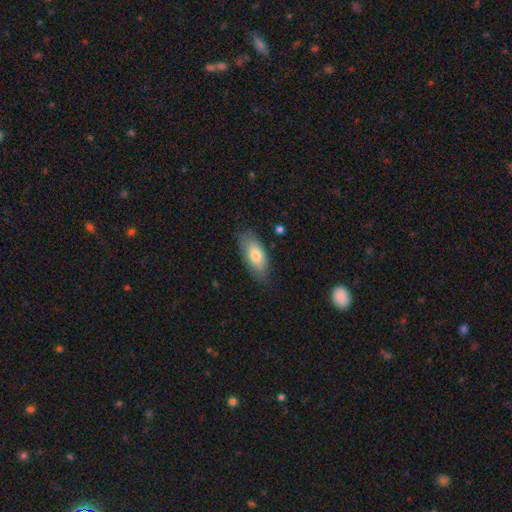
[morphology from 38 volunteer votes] A smooth galaxy with no disk features (79%) that is in between round and cigar-shaped (93%).

Vote fractions:
- Smooth or featured? smooth: 79% / featured or disk: 13% / star or artifact: 8%
- How rounded? in between: 93% / round: 3% / cigar-shaped: 3%
- Merging? none: 71% / minor disturbance: 23% / major disturbance: 3% / merger: 3%